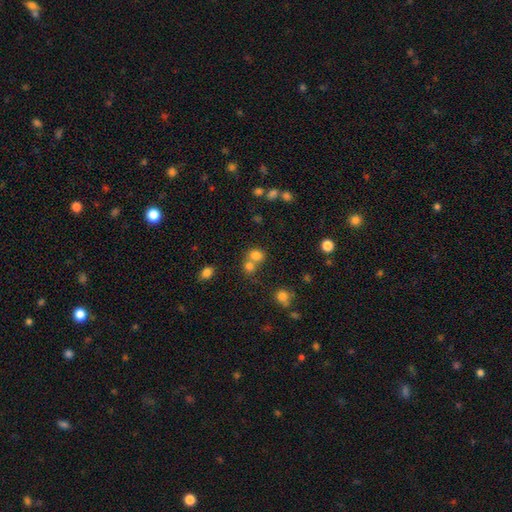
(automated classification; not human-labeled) smooth-or-featured: smooth: 76% | star or artifact: 15% | featured or disk: 9%
  how-rounded: round: 70% | in between: 29% | cigar-shaped: 1%
  merging: none: 45% | merger: 43% | minor disturbance: 8% | major disturbance: 4%